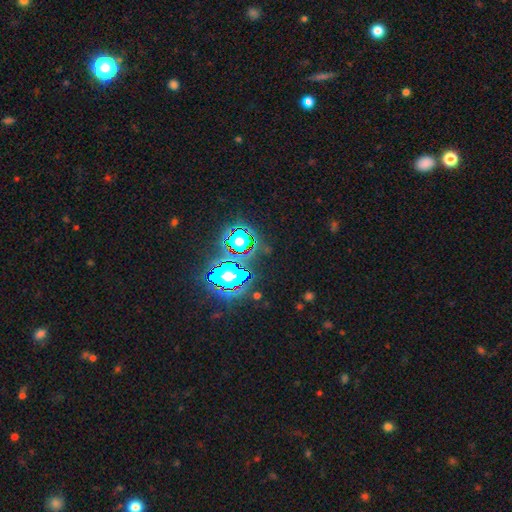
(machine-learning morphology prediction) Q: Smooth or featured?
A: star or artifact (83%); runner-up: smooth (11%)